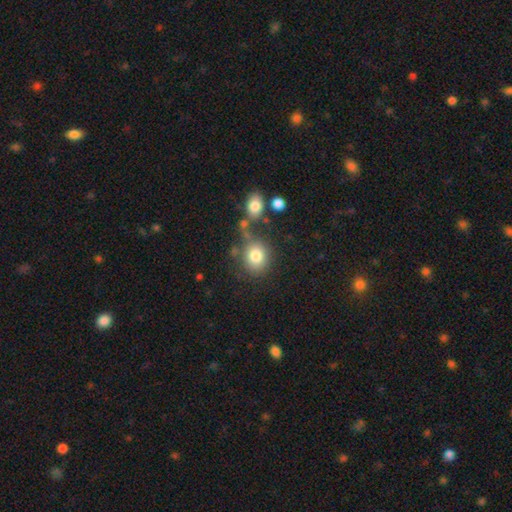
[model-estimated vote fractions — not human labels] A smooth galaxy with no disk features (81%) that is round (74%). Merging: none (63%).